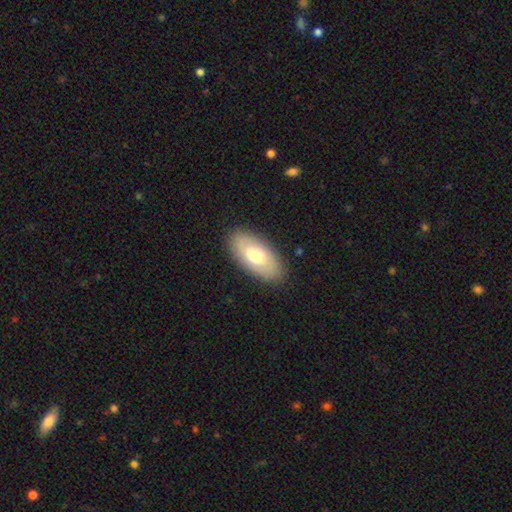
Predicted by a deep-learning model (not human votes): Smooth or featured: smooth — 63% (featured or disk — 31%)
How rounded: in between — 93% (cigar-shaped — 4%)
Merging: none — 87% (minor disturbance — 9%)